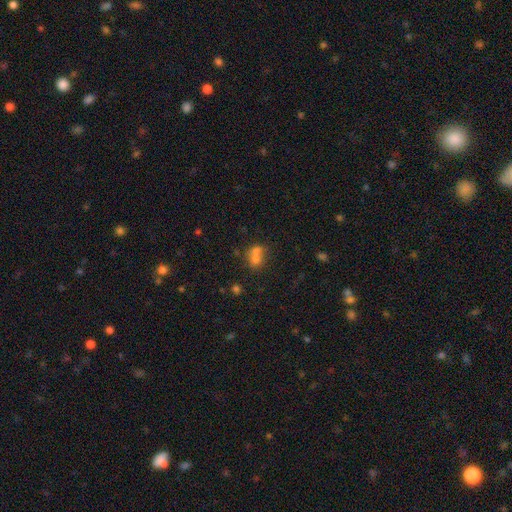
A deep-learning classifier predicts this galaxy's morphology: This appears to be a smooth galaxy with no disk features (67%) that is round (50%). Merging: merger (56%).